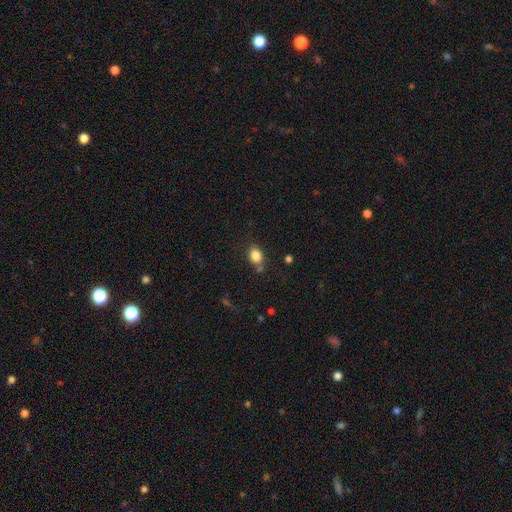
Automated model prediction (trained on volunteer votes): smooth 84%, star or artifact 10%, featured or disk 6%. Down the decision tree: how rounded — in between (64%); merging — none (72%).